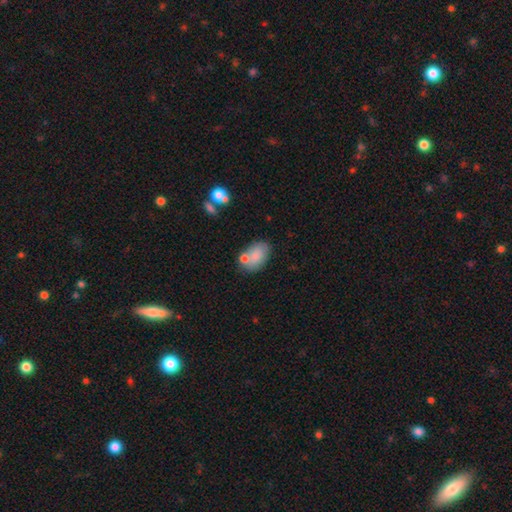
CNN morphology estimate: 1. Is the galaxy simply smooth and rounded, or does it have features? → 79% smooth, 14% featured or disk, 7% star or artifact.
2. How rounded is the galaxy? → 89% in between, 10% round, 1% cigar-shaped.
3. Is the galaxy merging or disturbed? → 56% none, 20% merger, 18% minor disturbance, 6% major disturbance.